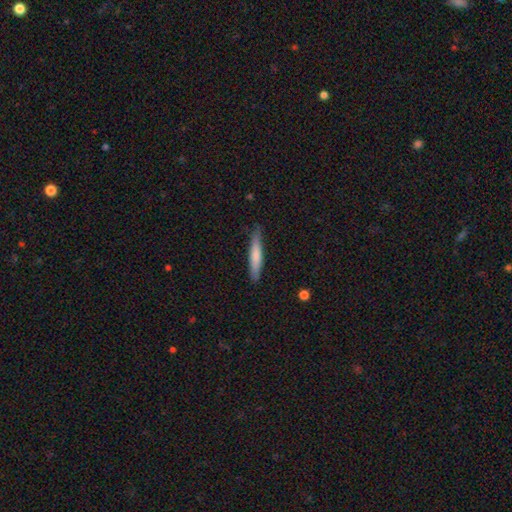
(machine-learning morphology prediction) This is likely a smooth galaxy (69%). How rounded: clearly cigar-shaped (90%). Merging: clearly none (85%).